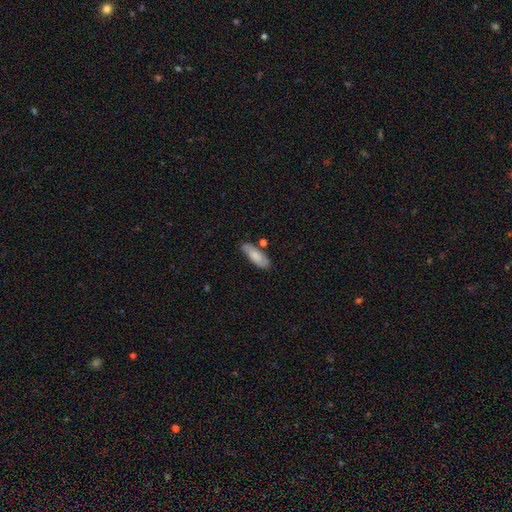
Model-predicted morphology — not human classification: Smooth or featured: smooth — 78% (featured or disk — 16%)
How rounded: in between — 65% (cigar-shaped — 33%)
Merging: none — 68% (minor disturbance — 20%)